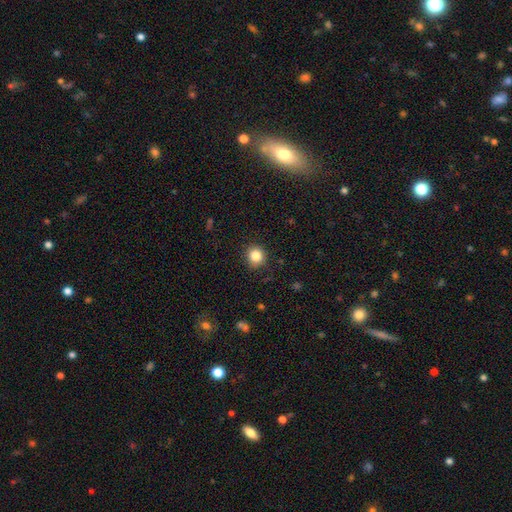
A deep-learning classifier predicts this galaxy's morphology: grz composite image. It shows a smooth galaxy with no disk features (85%) that is round (90%). Merging: none (89%).